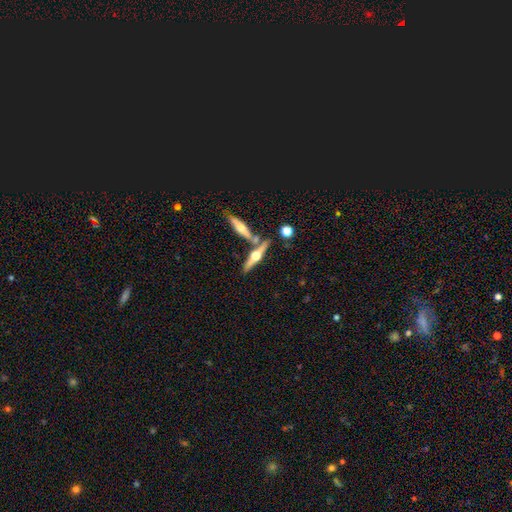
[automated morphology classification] Q: Smooth or featured?
A: featured or disk (72%); runner-up: smooth (22%)
Q: Edge-on disk?
A: yes (96%); runner-up: no (4%)
Q: Edge-on bulge?
A: rounded (96%); runner-up: boxy (3%)
Q: Merging?
A: none (64%); runner-up: merger (24%)